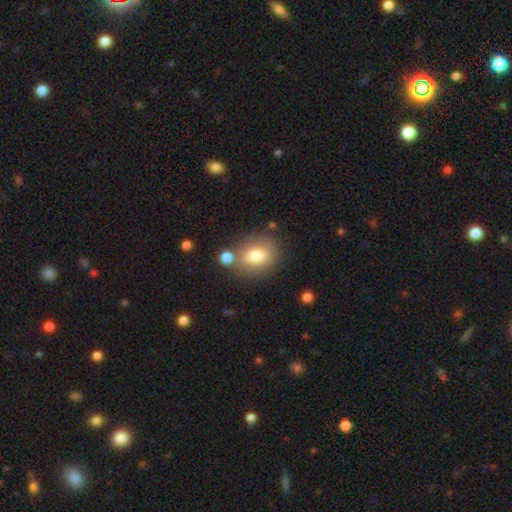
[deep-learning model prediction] smooth_or_featured: smooth (p=0.74) [alt: featured or disk p=0.17]
how_rounded: in between (p=0.57) [alt: round p=0.42]
merging: none (p=0.67) [alt: merger p=0.15]